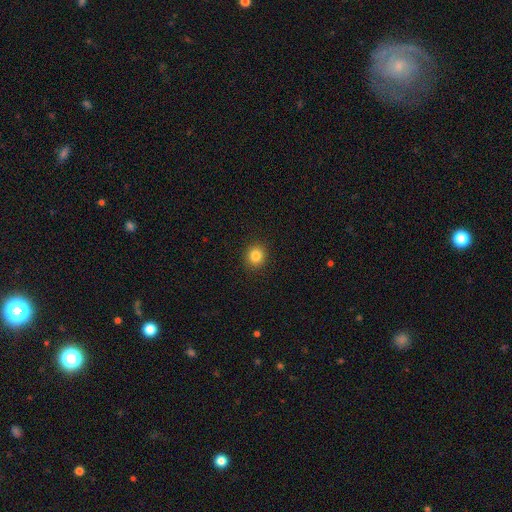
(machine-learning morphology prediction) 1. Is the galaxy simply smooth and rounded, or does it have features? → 85% smooth, 11% star or artifact, 5% featured or disk.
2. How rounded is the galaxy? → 89% round, 10% in between, 1% cigar-shaped.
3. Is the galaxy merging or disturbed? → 92% none, 5% minor disturbance, 2% major disturbance, 1% merger.